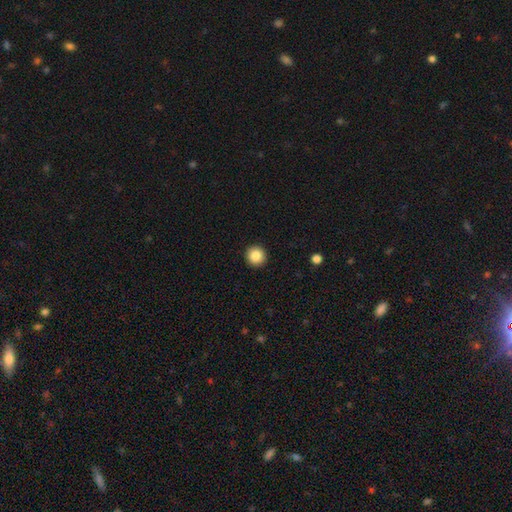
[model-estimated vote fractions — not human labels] smooth-or-featured: smooth: 87% | star or artifact: 9% | featured or disk: 4%
  how-rounded: round: 95% | in between: 4% | cigar-shaped: 1%
  merging: none: 93% | minor disturbance: 4% | major disturbance: 2% | merger: 1%